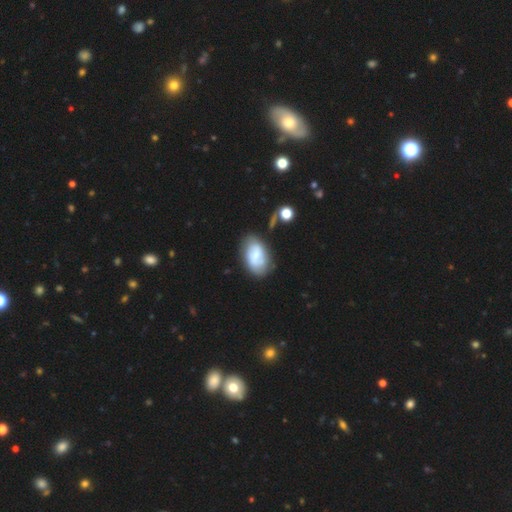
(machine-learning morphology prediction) Smooth or featured? Predicted: smooth (p=0.49). Merging? Predicted: none (p=0.62).